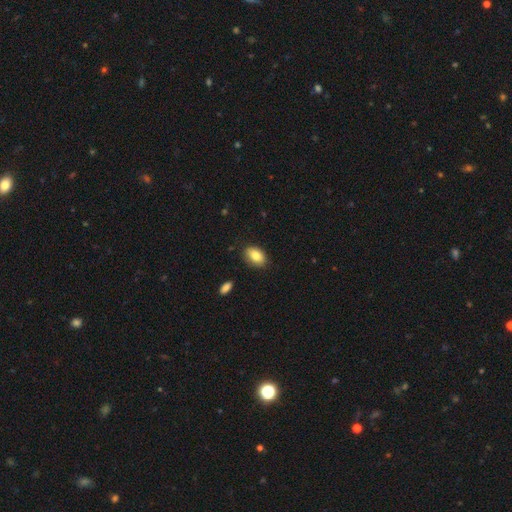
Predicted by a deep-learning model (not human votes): This is clearly a smooth galaxy (84%). How rounded: clearly in between (87%). Merging: clearly none (84%).